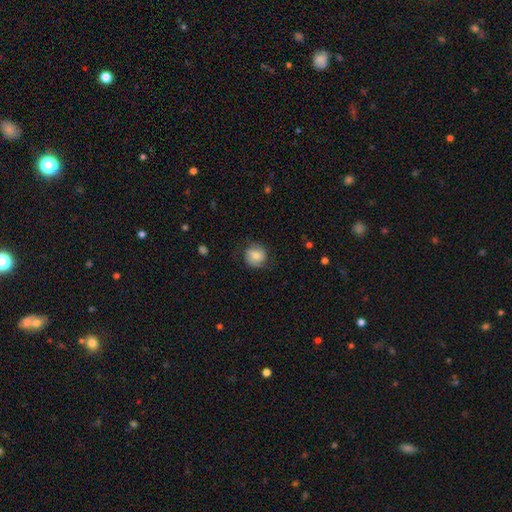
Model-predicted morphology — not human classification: type=smooth (67%); roundness=round (83%); merging=none (73%).